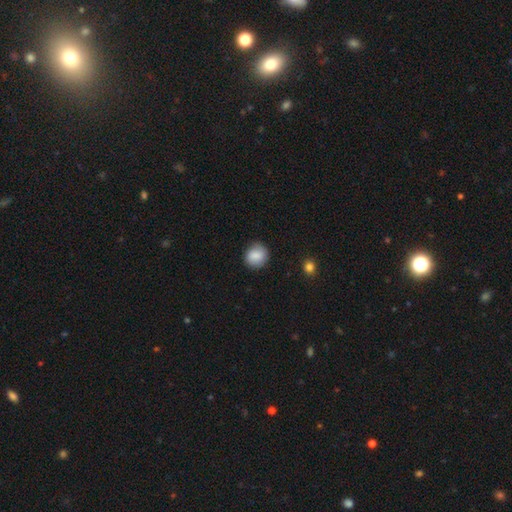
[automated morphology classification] A smooth galaxy with no disk features (84%) that is round (84%). Merging: none (83%).